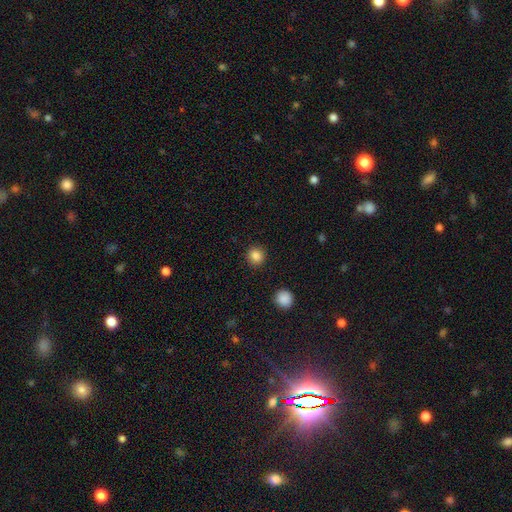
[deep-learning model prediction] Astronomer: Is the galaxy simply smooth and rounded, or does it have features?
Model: smooth — 85%.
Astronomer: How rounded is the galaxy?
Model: round — 91%.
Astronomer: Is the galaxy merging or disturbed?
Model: none — 91%.